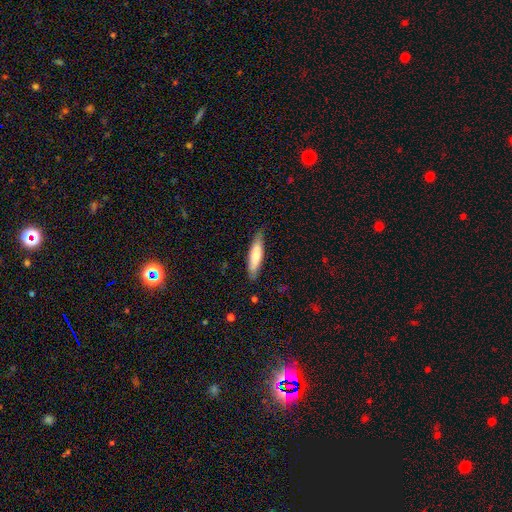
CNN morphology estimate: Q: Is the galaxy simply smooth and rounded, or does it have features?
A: smooth — 72%.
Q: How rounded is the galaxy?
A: cigar-shaped — 72%.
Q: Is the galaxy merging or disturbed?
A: none — 78%.